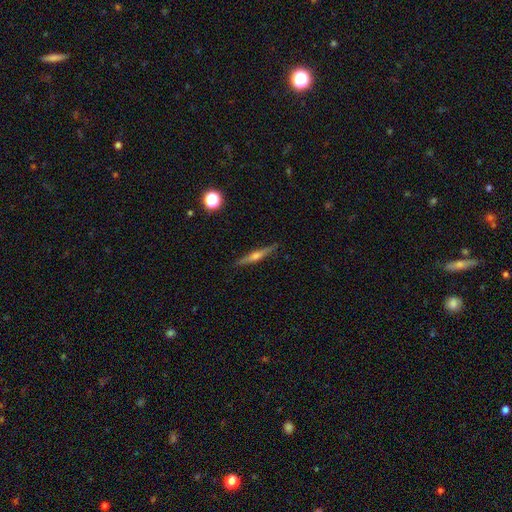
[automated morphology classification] Smooth or featured? Predicted: featured or disk (p=0.67). Edge-on disk? Predicted: yes (p=0.97). Edge-on bulge? Predicted: rounded (p=0.87). Merging? Predicted: none (p=0.89).